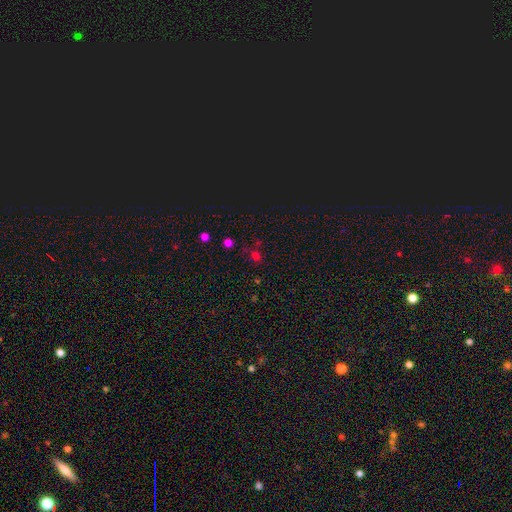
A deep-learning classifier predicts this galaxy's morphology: Smooth or featured? smooth (51%)
How rounded? round (78%)
Merging? none (71%)